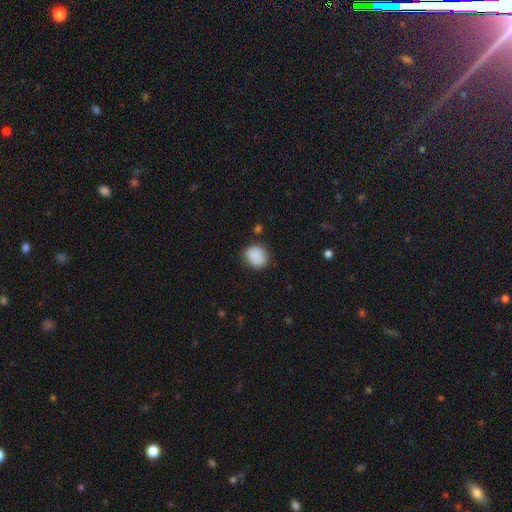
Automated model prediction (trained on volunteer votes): Smooth or featured: smooth — 88% (star or artifact — 8%)
How rounded: round — 65% (in between — 34%)
Merging: none — 80% (minor disturbance — 15%)